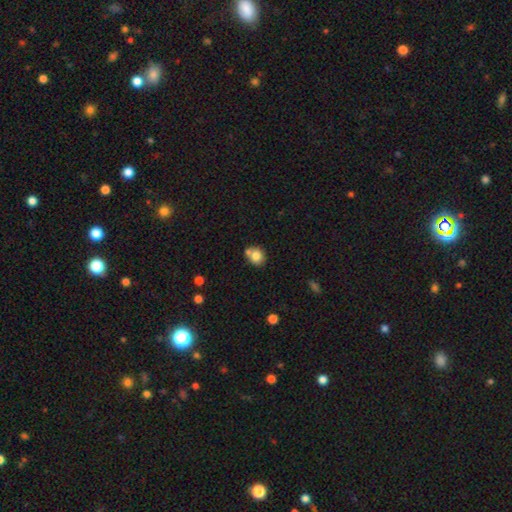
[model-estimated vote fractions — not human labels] smooth_or_featured: smooth (p=0.78) [alt: featured or disk p=0.12]
how_rounded: round (p=0.73) [alt: in between p=0.26]
merging: none (p=0.53) [alt: merger p=0.32]